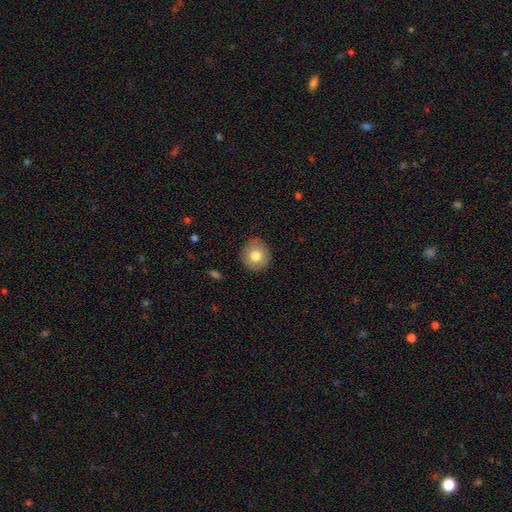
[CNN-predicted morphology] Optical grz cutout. It shows a smooth galaxy with no disk features (77%) that is round (90%). Merging: none (89%).